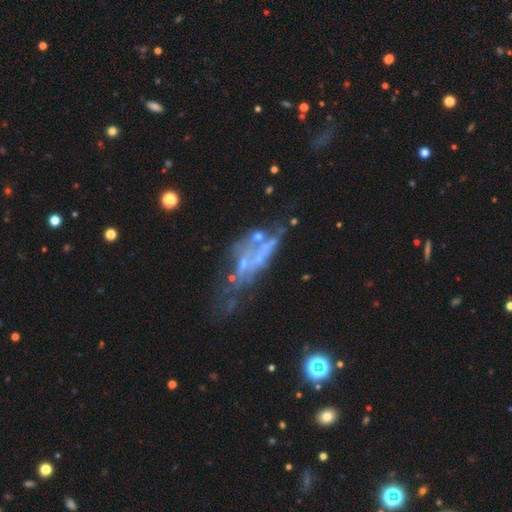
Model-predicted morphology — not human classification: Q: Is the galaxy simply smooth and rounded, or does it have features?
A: featured or disk — 62%.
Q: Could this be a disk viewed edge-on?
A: no — 78%.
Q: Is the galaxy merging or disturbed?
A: none — 32%.